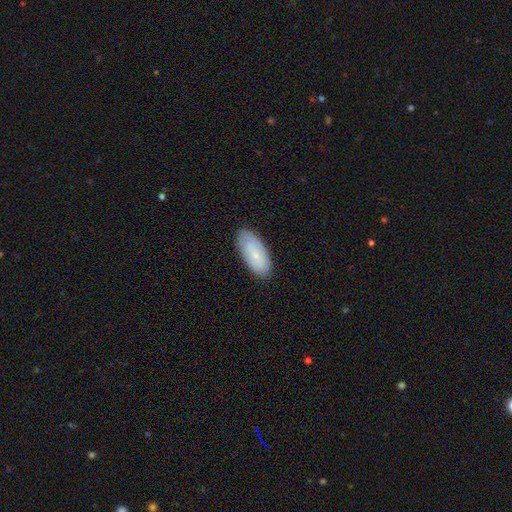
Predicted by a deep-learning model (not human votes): smooth_or_featured: smooth (p=0.73) [alt: featured or disk p=0.21]
how_rounded: in between (p=0.91) [alt: cigar-shaped p=0.07]
merging: none (p=0.81) [alt: minor disturbance p=0.15]